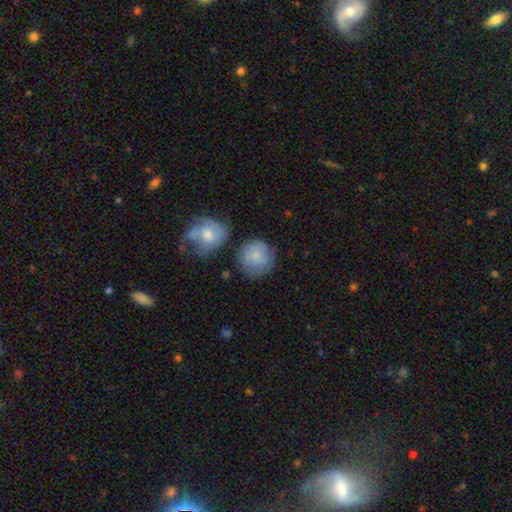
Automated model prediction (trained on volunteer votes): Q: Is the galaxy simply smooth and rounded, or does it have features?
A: smooth — 74%.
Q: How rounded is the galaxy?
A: round — 89%.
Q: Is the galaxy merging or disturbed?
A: none — 64%.